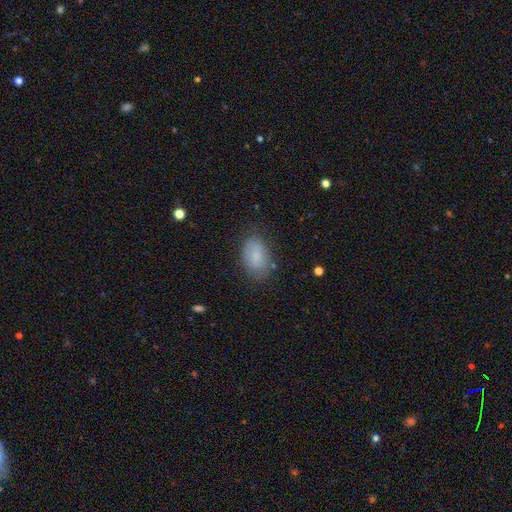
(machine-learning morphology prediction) This is clearly a smooth galaxy (83%). How rounded: clearly in between (90%). Merging: likely none (77%).